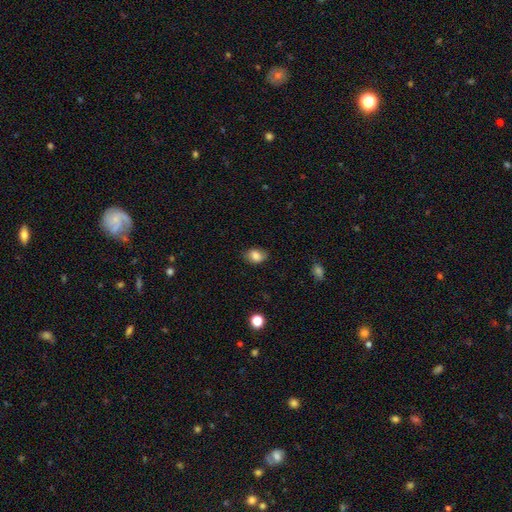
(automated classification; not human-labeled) Overall: smooth (83%). How rounded: in between (70%). Merging: none (79%).